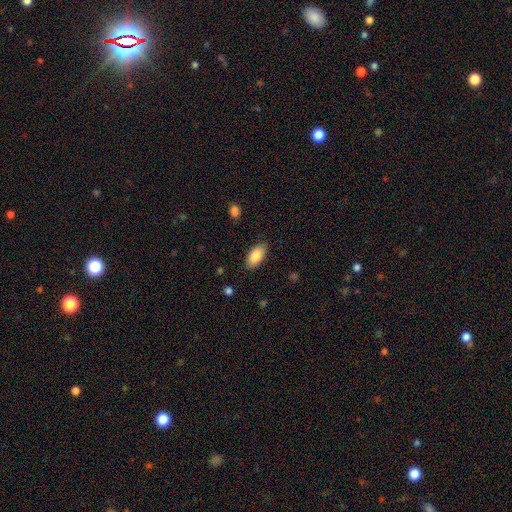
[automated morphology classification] Smooth or featured: smooth — 87% (featured or disk — 7%)
How rounded: in between — 92% (cigar-shaped — 5%)
Merging: none — 86% (minor disturbance — 11%)